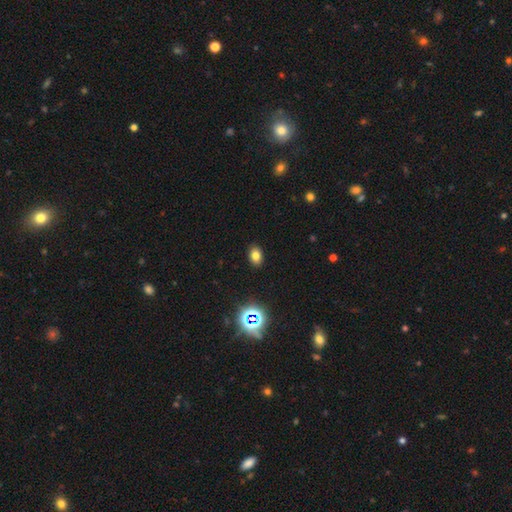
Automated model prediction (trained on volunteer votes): smooth-or-featured: smooth: 76% | star or artifact: 16% | featured or disk: 8%
  how-rounded: in between: 74% | round: 25% | cigar-shaped: 1%
  merging: none: 89% | minor disturbance: 8% | major disturbance: 2% | merger: 1%